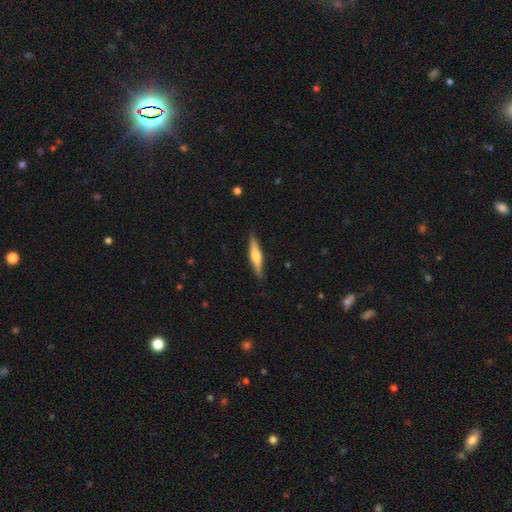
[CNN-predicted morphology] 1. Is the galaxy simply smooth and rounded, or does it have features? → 48% featured or disk, 47% smooth, 6% star or artifact.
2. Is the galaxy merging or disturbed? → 89% none, 8% minor disturbance, 2% major disturbance, 1% merger.